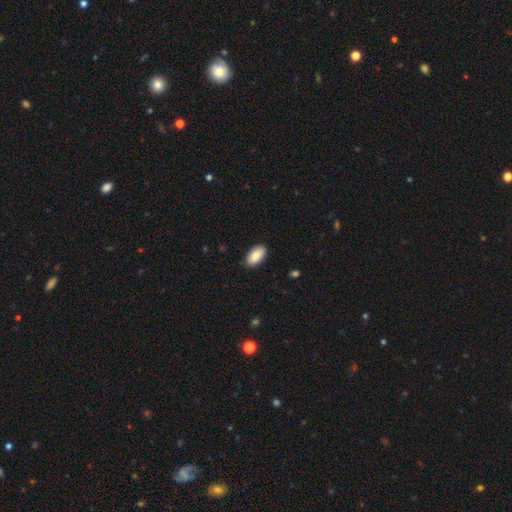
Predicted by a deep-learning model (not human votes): smooth 88%, star or artifact 6%, featured or disk 6%. Down the decision tree: how rounded — in between (94%); merging — none (88%).